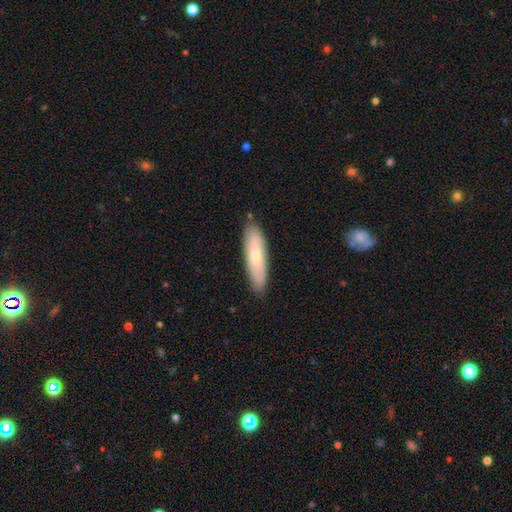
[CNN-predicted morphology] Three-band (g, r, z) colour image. It shows a smooth galaxy with no disk features (63%) that is cigar-shaped (64%). Merging: none (85%).